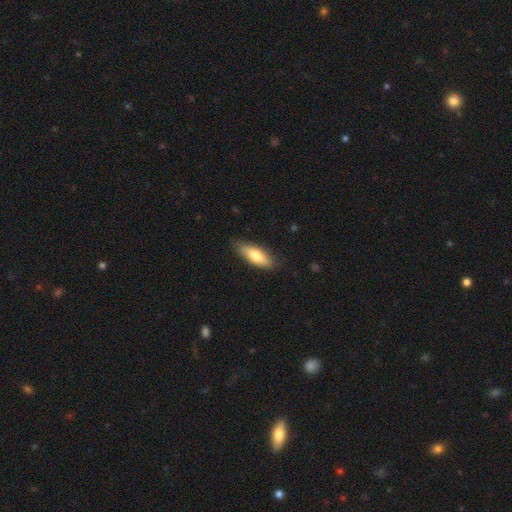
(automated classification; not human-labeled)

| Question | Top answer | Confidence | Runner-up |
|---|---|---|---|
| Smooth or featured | smooth | 73% | featured or disk (22%) |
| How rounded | in between | 56% | cigar-shaped (42%) |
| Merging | none | 84% | minor disturbance (13%) |